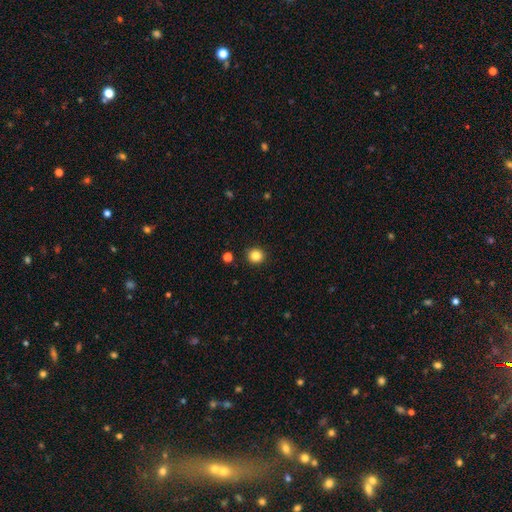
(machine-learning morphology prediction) A smooth galaxy with no disk features (85%) that is round (92%). Merging: none (92%).